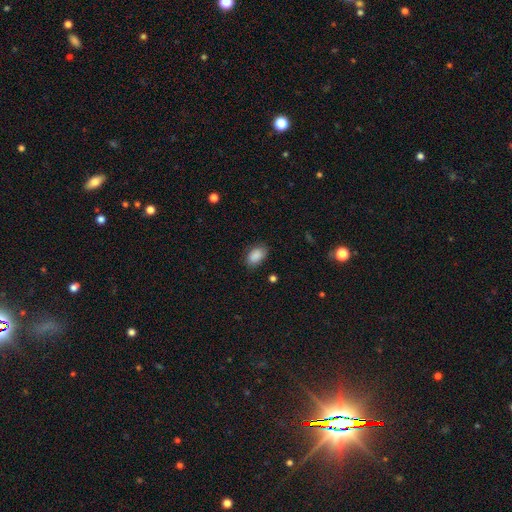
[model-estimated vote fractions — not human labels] Q: Smooth or featured?
A: smooth (88%); runner-up: star or artifact (7%)
Q: How rounded?
A: in between (89%); runner-up: round (9%)
Q: Merging?
A: none (80%); runner-up: minor disturbance (15%)